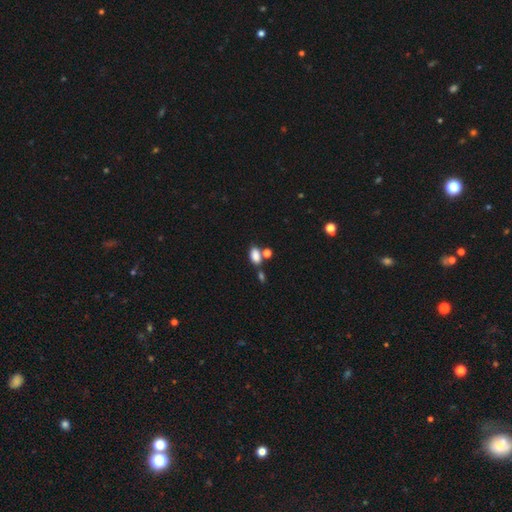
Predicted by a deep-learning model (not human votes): Morphology: type=smooth (83%); roundness=in between (89%); merging=none (52%).